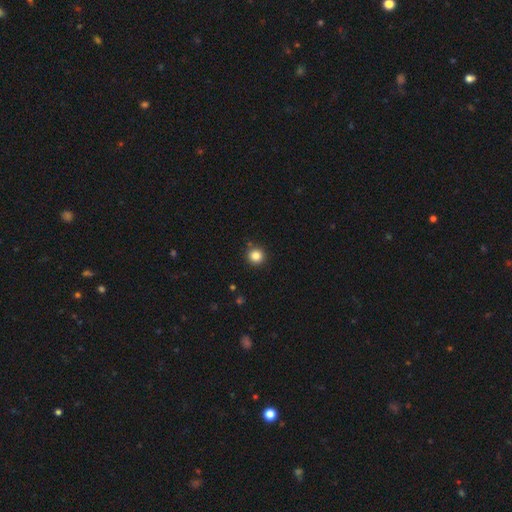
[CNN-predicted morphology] Smooth or featured: smooth — 84% (star or artifact — 12%)
How rounded: round — 94% (in between — 5%)
Merging: none — 89% (minor disturbance — 7%)